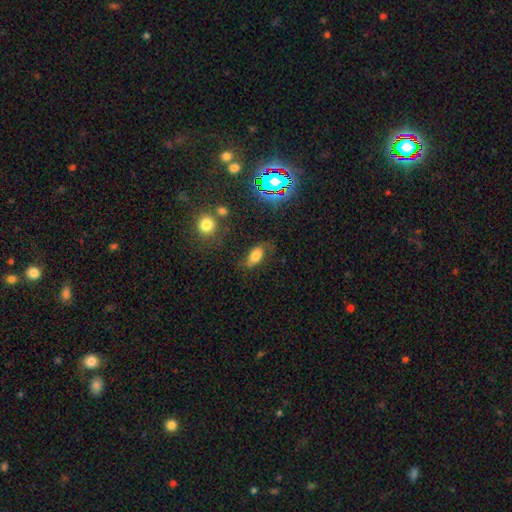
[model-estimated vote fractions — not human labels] Overall: smooth (66%). How rounded: in between (89%). Merging: none (63%).